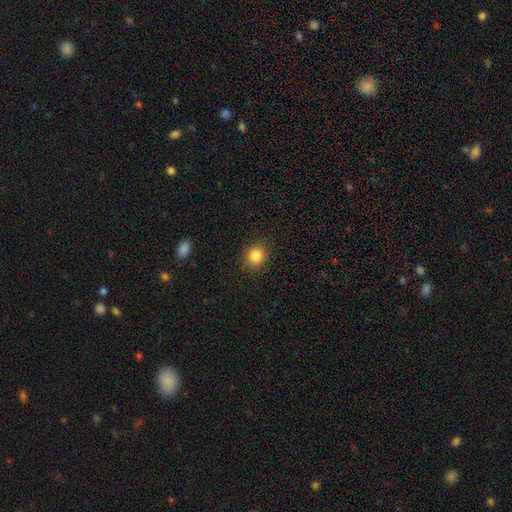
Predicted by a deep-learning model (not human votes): This is clearly a smooth galaxy (85%). How rounded: likely round (75%). Merging: clearly none (89%).